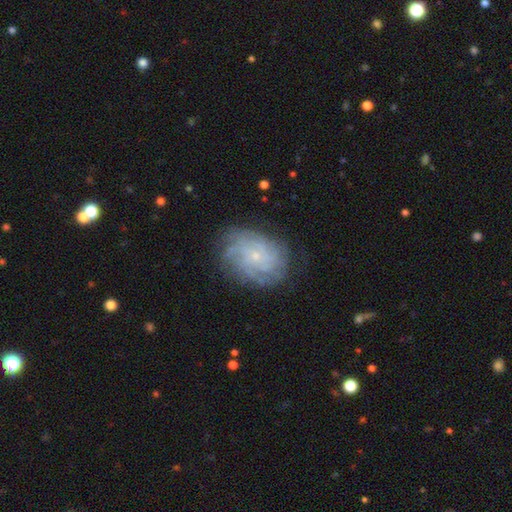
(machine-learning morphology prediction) A featured or disk galaxy (74%) with no bar (79%), tight (69%) spiral arms (92%) and a small central bulge (84%). Merging: none (77%).